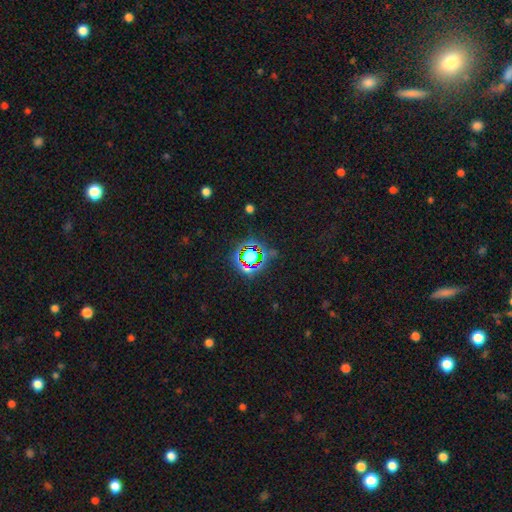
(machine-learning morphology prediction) This appears to be a star or artifact, not a galaxy (77%).